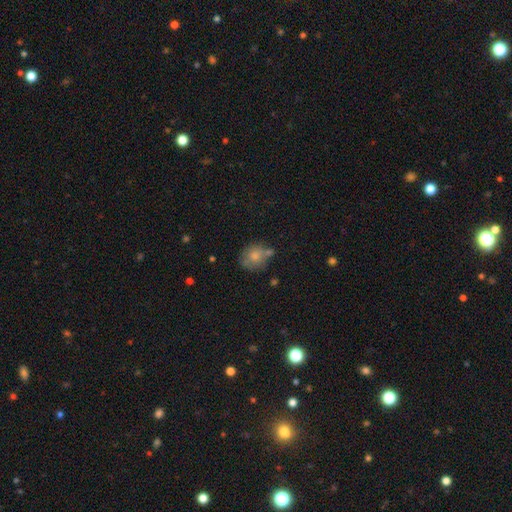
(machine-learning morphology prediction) smooth 75%, featured or disk 15%, star or artifact 9%. Down the decision tree: how rounded — round (71%); merging — none (56%).